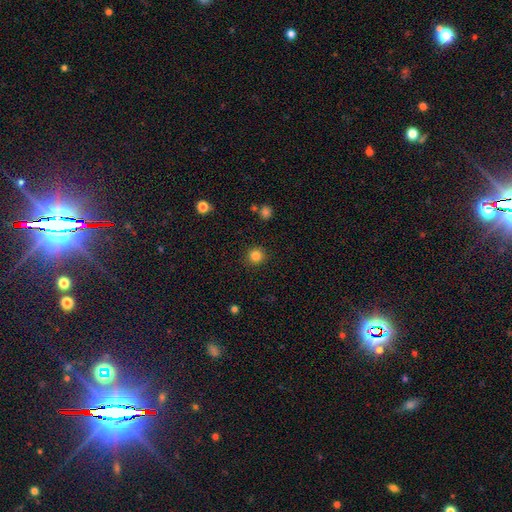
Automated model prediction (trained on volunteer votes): The model was most divided on "smooth or featured": smooth: 84%, star or artifact: 12%, featured or disk: 4%. More confident: how rounded — round (94%); merging — none (91%).